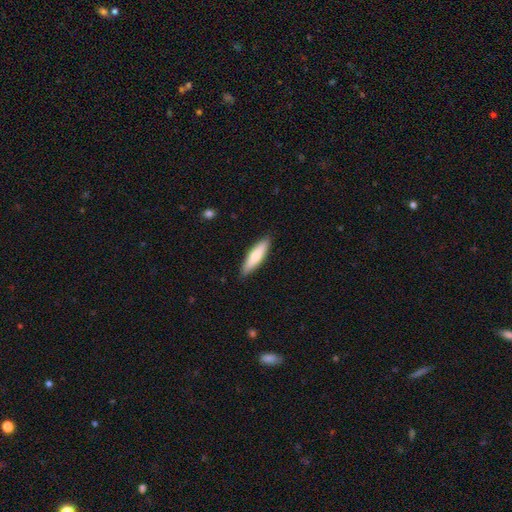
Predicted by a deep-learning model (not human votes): smooth 73%, featured or disk 22%, star or artifact 5%. Down the decision tree: how rounded — cigar-shaped (68%); merging — none (89%).